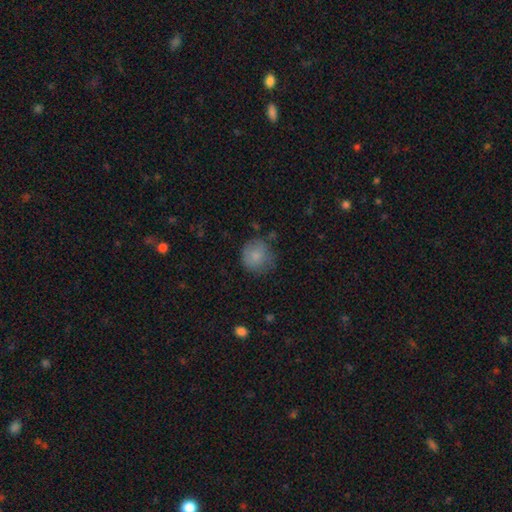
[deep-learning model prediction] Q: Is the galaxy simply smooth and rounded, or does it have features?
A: smooth — 81%.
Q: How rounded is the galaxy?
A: round — 88%.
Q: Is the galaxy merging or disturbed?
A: none — 65%.